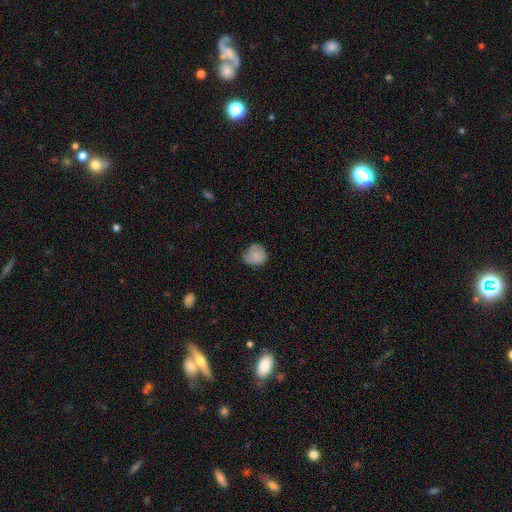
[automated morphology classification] This is likely a smooth galaxy (77%). How rounded: likely round (78%). Merging: possibly none (58%).